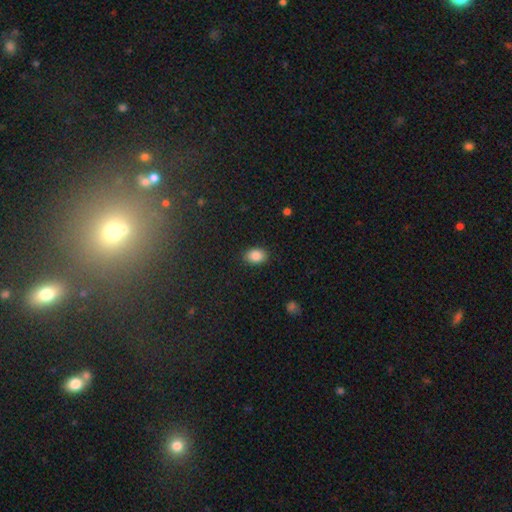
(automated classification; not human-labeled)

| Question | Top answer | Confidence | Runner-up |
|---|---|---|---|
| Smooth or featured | smooth | 87% | star or artifact (8%) |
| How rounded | in between | 78% | round (21%) |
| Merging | none | 88% | minor disturbance (9%) |